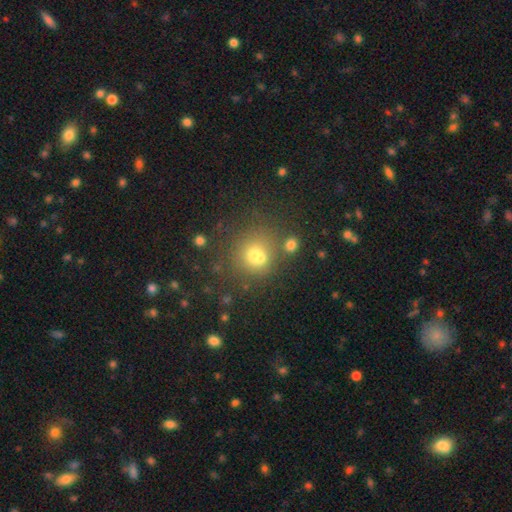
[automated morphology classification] Q: Smooth or featured?
A: smooth (65%); runner-up: star or artifact (18%)
Q: How rounded?
A: round (82%); runner-up: in between (17%)
Q: Merging?
A: none (50%); runner-up: merger (36%)